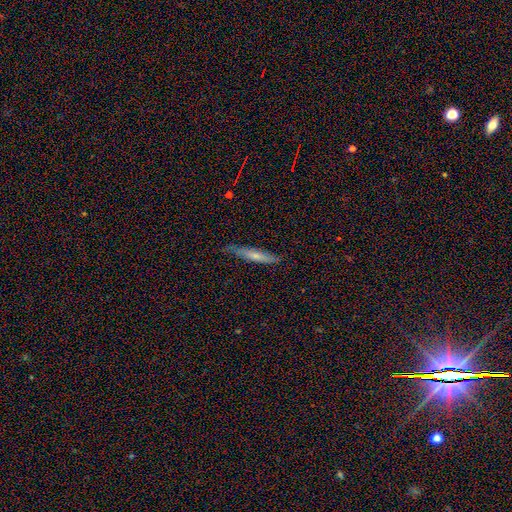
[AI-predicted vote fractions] Q: Smooth or featured?
A: smooth (56%); runner-up: featured or disk (37%)
Q: How rounded?
A: cigar-shaped (89%); runner-up: in between (9%)
Q: Merging?
A: none (72%); runner-up: minor disturbance (23%)